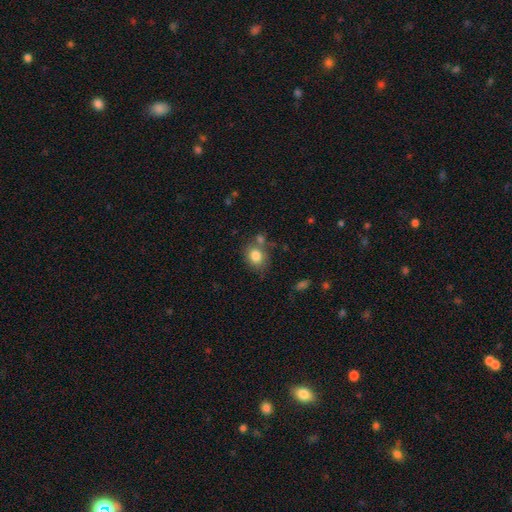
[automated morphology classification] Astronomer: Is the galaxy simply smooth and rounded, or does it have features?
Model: smooth — 82%.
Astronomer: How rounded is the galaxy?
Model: round — 52% (runner-up: in between, 47%).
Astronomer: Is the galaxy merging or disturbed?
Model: none — 62%.